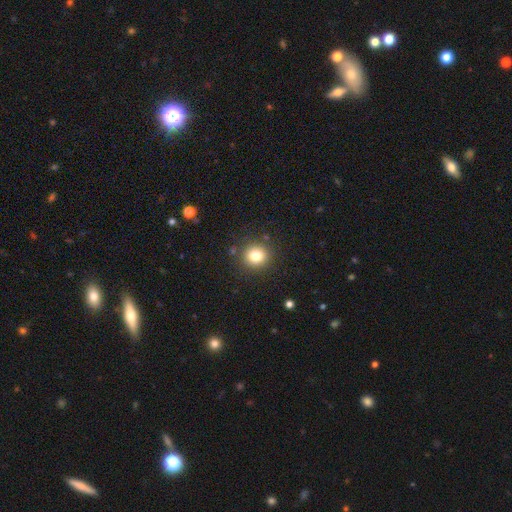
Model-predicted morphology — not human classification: A smooth galaxy with no disk features (80%) that is round (89%). Merging: none (88%).